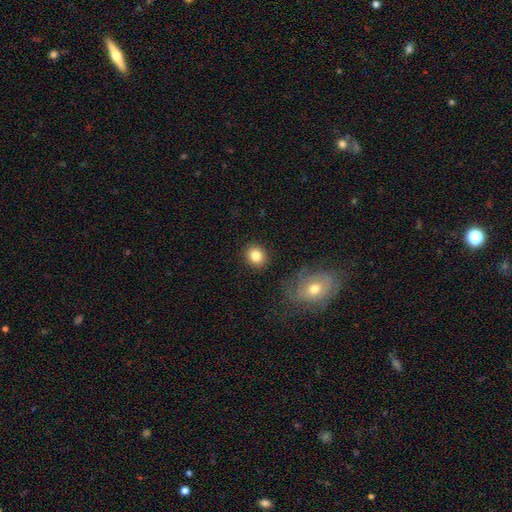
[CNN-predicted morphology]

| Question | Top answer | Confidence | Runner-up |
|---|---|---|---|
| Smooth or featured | smooth | 84% | star or artifact (9%) |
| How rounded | round | 76% | in between (23%) |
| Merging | none | 88% | minor disturbance (7%) |